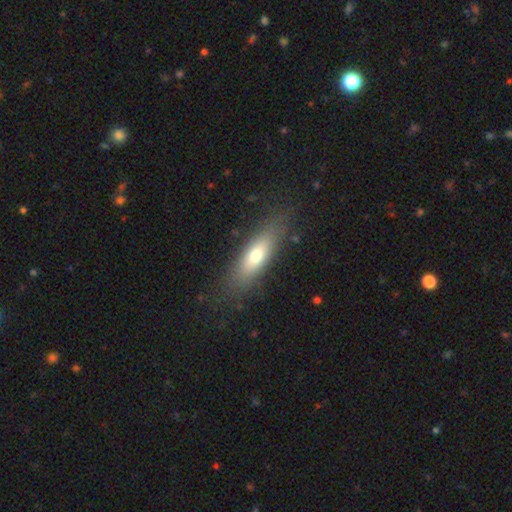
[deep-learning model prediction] Smooth or featured? Predicted: smooth (p=0.67). How rounded? Predicted: in between (p=0.49). Merging? Predicted: none (p=0.82).